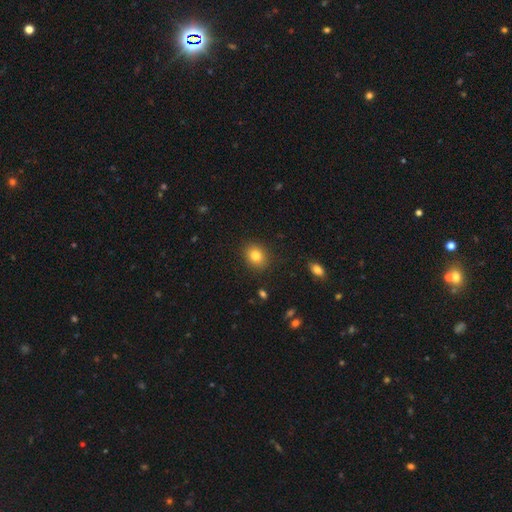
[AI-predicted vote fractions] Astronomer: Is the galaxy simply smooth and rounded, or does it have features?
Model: smooth — 81%.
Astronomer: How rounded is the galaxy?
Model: round — 60% (runner-up: in between, 39%).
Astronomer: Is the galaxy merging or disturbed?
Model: none — 88%.